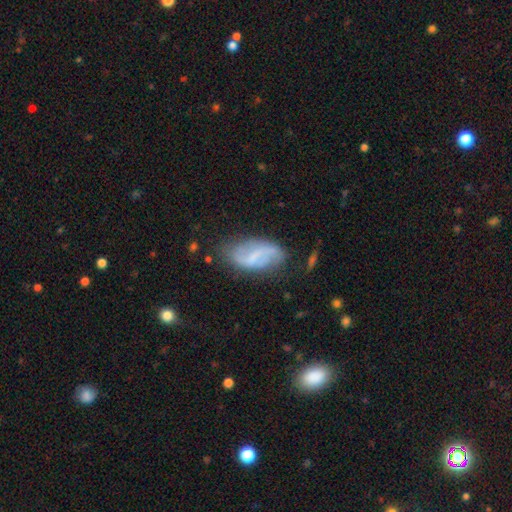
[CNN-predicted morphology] A featured or disk galaxy (63%) with a weak bar (49%), spiral arms (83%) and no central bulge (43%). Merging: none (65%).